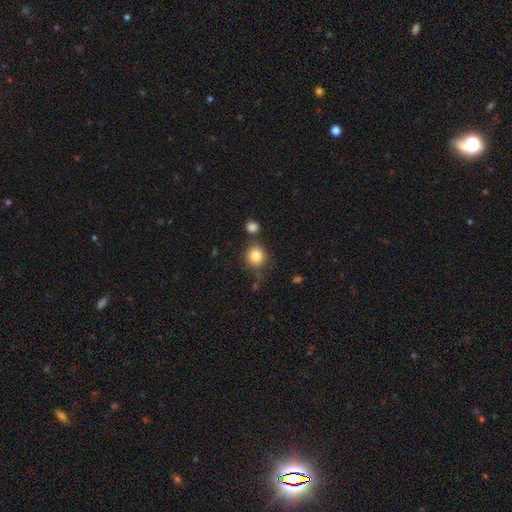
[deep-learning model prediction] smooth_or_featured: smooth (p=0.84) [alt: star or artifact p=0.10]
how_rounded: round (p=0.87) [alt: in between p=0.12]
merging: none (p=0.72) [alt: minor disturbance p=0.12]